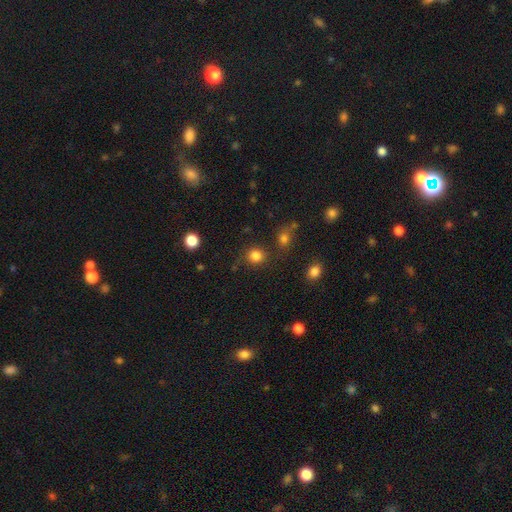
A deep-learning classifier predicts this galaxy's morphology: A smooth galaxy with no disk features (83%) that is round (87%).

Vote fractions:
- Smooth or featured? smooth: 83% / star or artifact: 13% / featured or disk: 4%
- How rounded? round: 87% / in between: 12% / cigar-shaped: 1%
- Merging? none: 80% / minor disturbance: 10% / merger: 6% / major disturbance: 4%